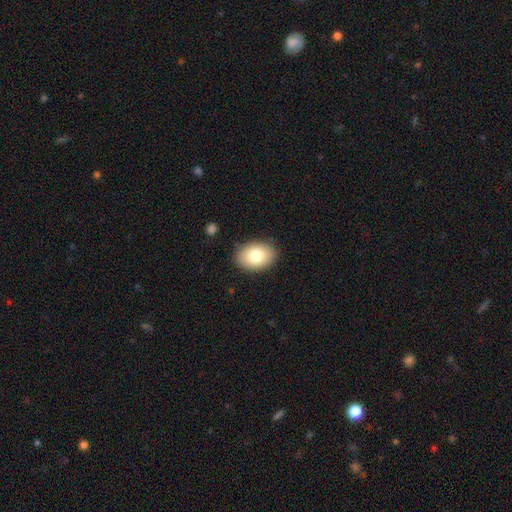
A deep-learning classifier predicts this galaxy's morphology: Smooth or featured?
  - smooth: 79% *
  - featured or disk: 13%
  - star or artifact: 8%
How rounded?
  - in between: 83% *
  - round: 16%
  - cigar-shaped: 1%
Merging?
  - none: 87% *
  - minor disturbance: 10%
  - major disturbance: 2%
  - merger: 1%